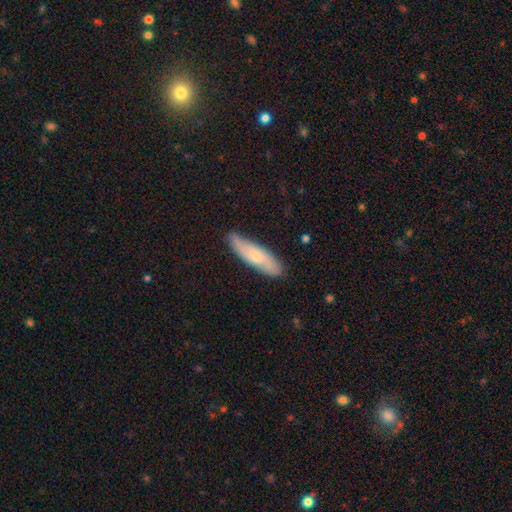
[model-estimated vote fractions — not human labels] The model was most divided on "smooth or featured": smooth: 57%, featured or disk: 37%, star or artifact: 6%. More confident: merging — none (81%); how rounded — cigar-shaped (63%).